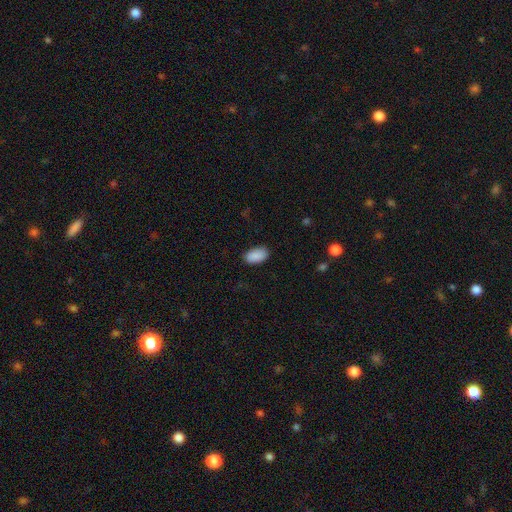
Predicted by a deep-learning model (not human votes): The model was most divided on "merging": none: 85%, minor disturbance: 11%, major disturbance: 2%, merger: 1%. More confident: how rounded — in between (94%); smooth or featured — smooth (90%).